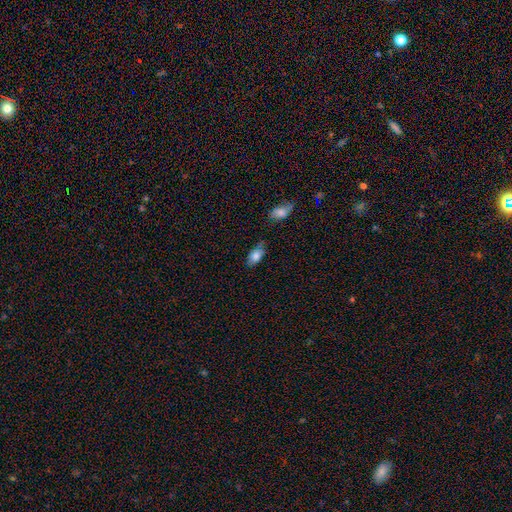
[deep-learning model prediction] Smooth or featured? Predicted: smooth (p=0.79). How rounded? Predicted: in between (p=0.90). Merging? Predicted: none (p=0.59).